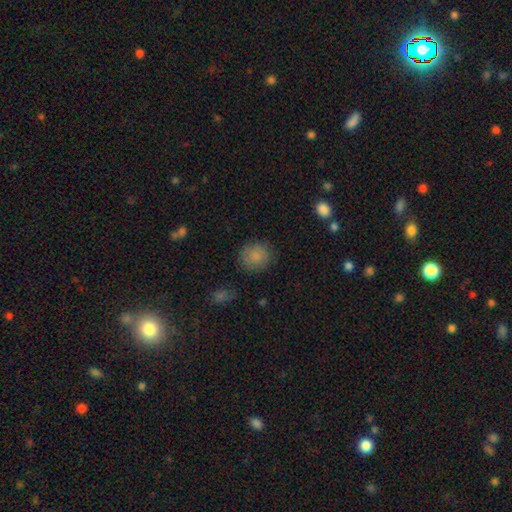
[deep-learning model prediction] This is clearly a smooth galaxy (84%). How rounded: clearly round (84%). Merging: clearly none (84%).